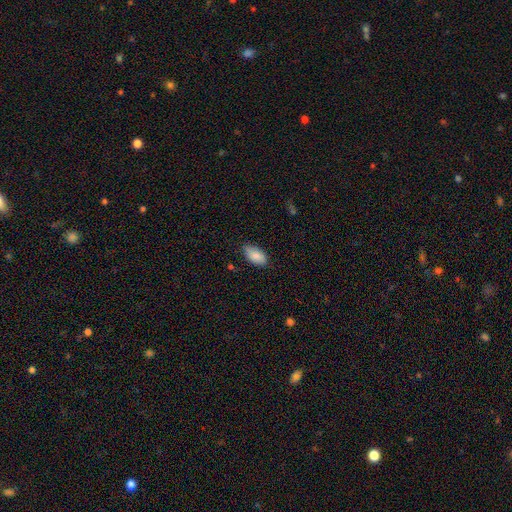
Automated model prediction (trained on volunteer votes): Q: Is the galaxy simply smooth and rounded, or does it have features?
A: smooth — 85%.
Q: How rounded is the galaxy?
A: in between — 95%.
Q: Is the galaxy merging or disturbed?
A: none — 79%.